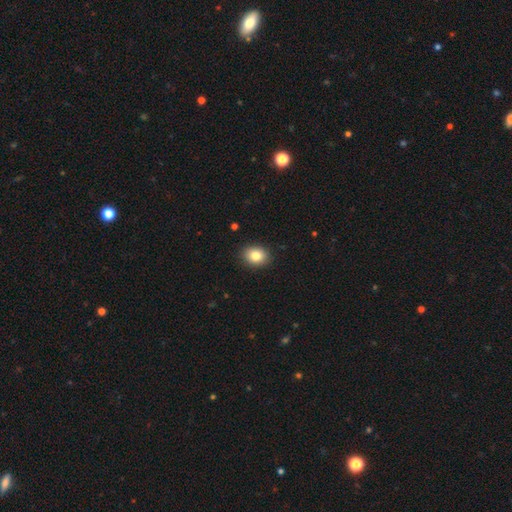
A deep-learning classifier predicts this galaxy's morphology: A smooth galaxy with no disk features (84%) that is in between round and cigar-shaped (59%). Merging: none (90%).